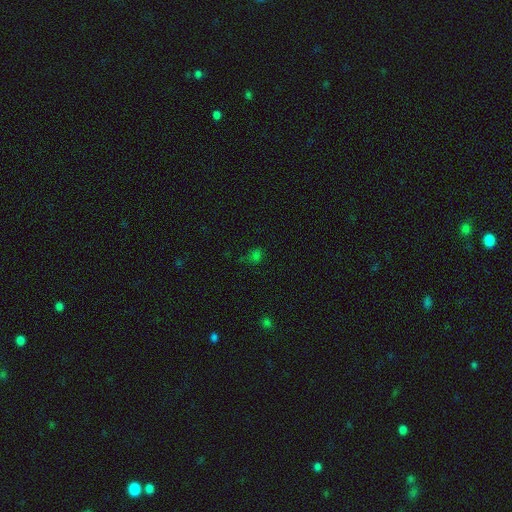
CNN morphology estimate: A smooth galaxy with no disk features (61%) that is round (60%).

Vote fractions:
- Smooth or featured? smooth: 61% / star or artifact: 32% / featured or disk: 6%
- How rounded? round: 60% / in between: 39% / cigar-shaped: 2%
- Merging? none: 63% / minor disturbance: 21% / major disturbance: 10% / merger: 5%